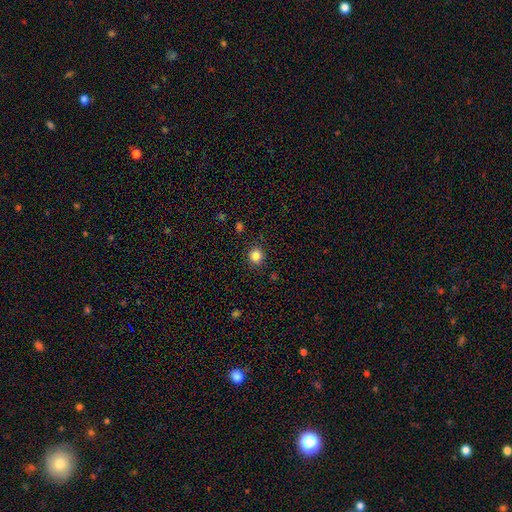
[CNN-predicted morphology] smooth-or-featured: smooth: 84% | star or artifact: 12% | featured or disk: 4%
  how-rounded: round: 91% | in between: 8% | cigar-shaped: 1%
  merging: none: 89% | minor disturbance: 7% | major disturbance: 2% | merger: 1%